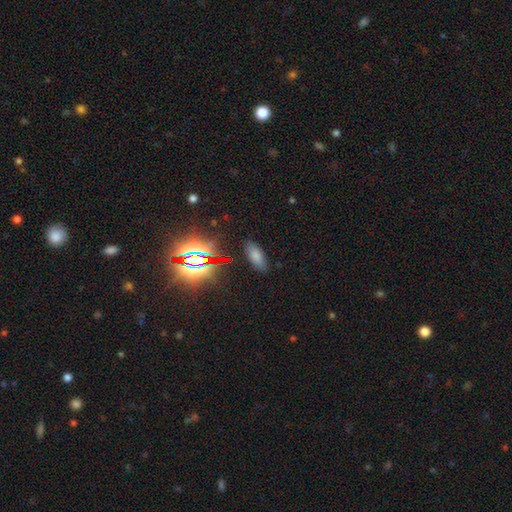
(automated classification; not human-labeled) This is likely a smooth galaxy (71%). How rounded: clearly in between (82%). Merging: clearly none (85%).